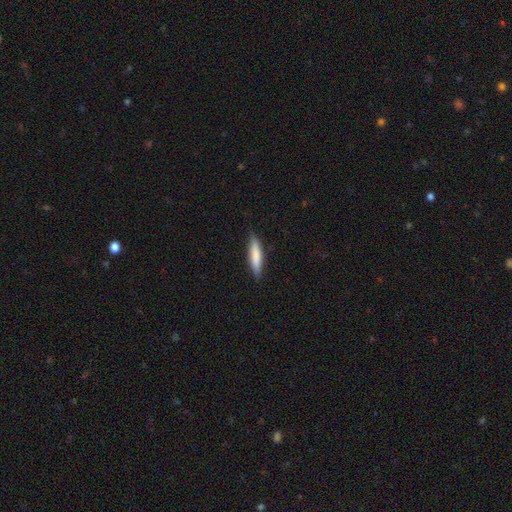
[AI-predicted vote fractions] Smooth or featured? smooth (76%)
How rounded? cigar-shaped (82%)
Merging? none (85%)